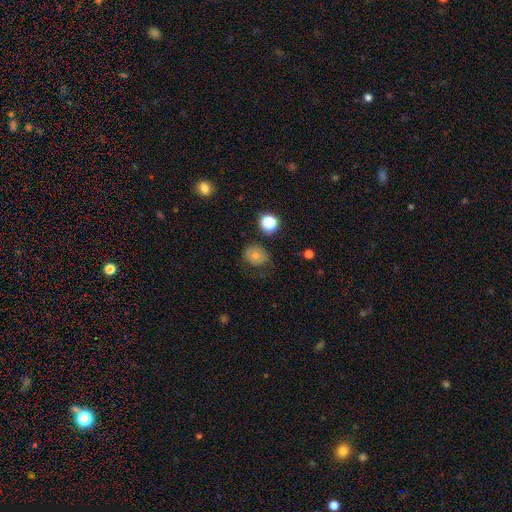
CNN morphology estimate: Smooth or featured: smooth — 66% (featured or disk — 20%)
How rounded: round — 70% (in between — 29%)
Merging: none — 64% (minor disturbance — 25%)